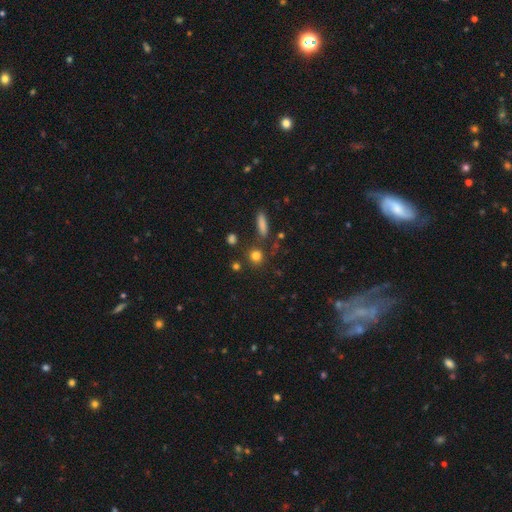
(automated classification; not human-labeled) smooth_or_featured: smooth (p=0.80) [alt: star or artifact p=0.13]
how_rounded: round (p=0.80) [alt: in between p=0.16]
merging: none (p=0.79) [alt: minor disturbance p=0.10]